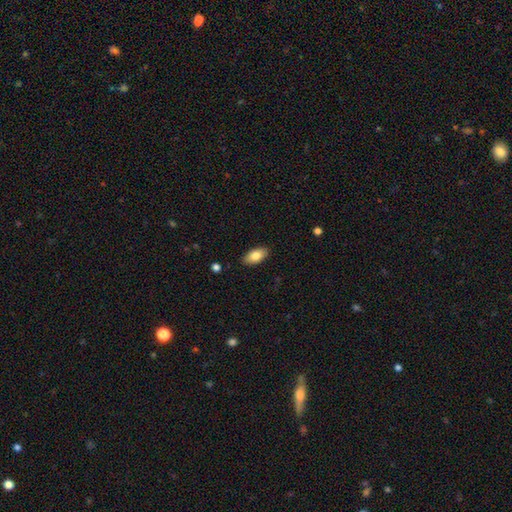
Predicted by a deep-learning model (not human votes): Smooth or featured?
  - smooth: 81% *
  - featured or disk: 13%
  - star or artifact: 7%
How rounded?
  - in between: 92% *
  - cigar-shaped: 5%
  - round: 3%
Merging?
  - none: 88% *
  - minor disturbance: 9%
  - major disturbance: 2%
  - merger: 1%